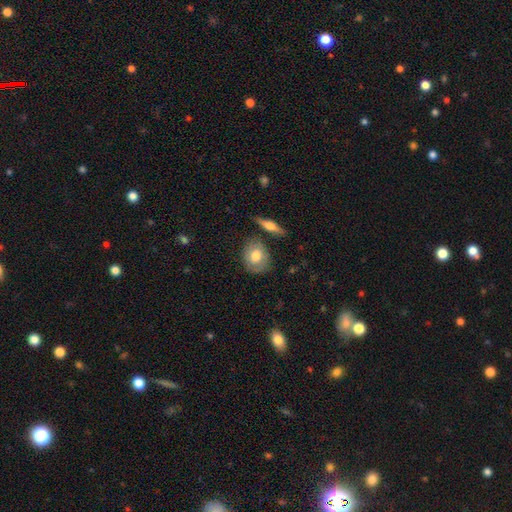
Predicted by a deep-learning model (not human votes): Overall: smooth (68%). How rounded: round (52%; in between 46%). Merging: none (73%).